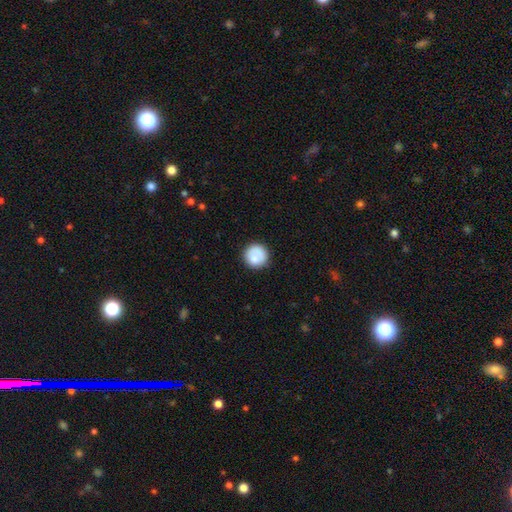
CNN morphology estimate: Smooth or featured?
  - smooth: 75% *
  - featured or disk: 18%
  - star or artifact: 7%
How rounded?
  - round: 93% *
  - in between: 6%
  - cigar-shaped: 1%
Merging?
  - none: 80% *
  - minor disturbance: 13%
  - major disturbance: 4%
  - merger: 3%